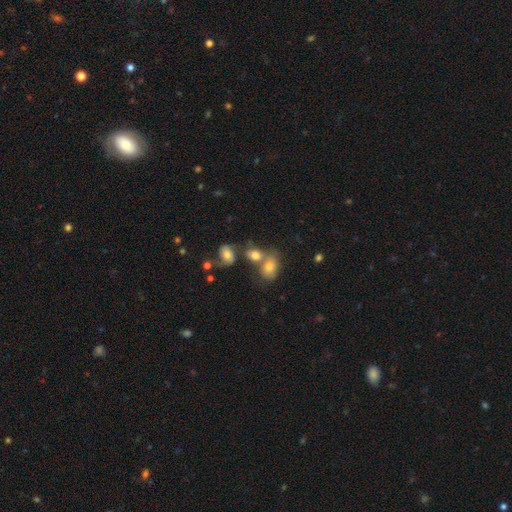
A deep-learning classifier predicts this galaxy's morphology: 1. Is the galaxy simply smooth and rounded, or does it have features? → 65% smooth, 19% featured or disk, 15% star or artifact.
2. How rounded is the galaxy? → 73% in between, 25% round, 2% cigar-shaped.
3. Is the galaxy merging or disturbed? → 41% none, 39% merger, 13% minor disturbance, 6% major disturbance.